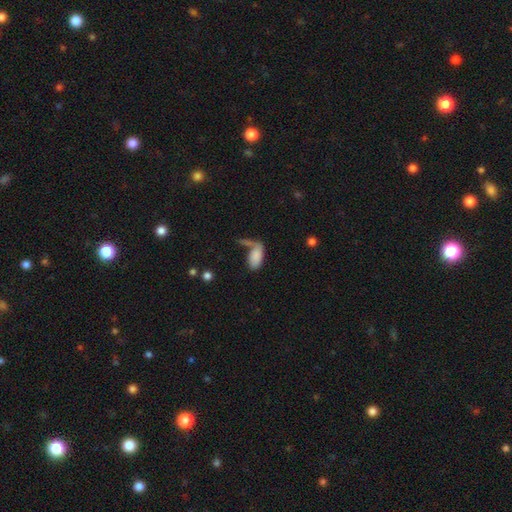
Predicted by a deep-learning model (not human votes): Smooth or featured: smooth — 81% (featured or disk — 11%)
How rounded: in between — 92% (cigar-shaped — 5%)
Merging: none — 41% (merger — 28%)